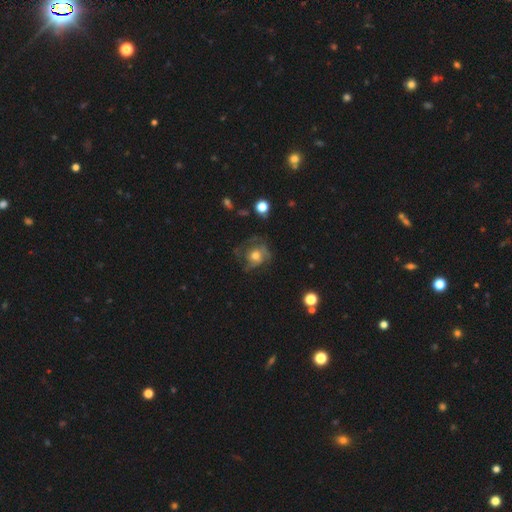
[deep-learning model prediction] A featured or disk galaxy (50%).

Vote fractions:
- Smooth or featured? featured or disk: 50% / smooth: 39% / star or artifact: 12%
- Merging? none: 46% / major disturbance: 30% / minor disturbance: 22% / merger: 2%